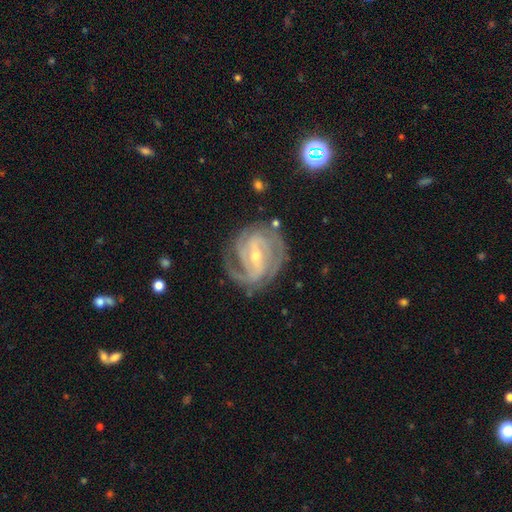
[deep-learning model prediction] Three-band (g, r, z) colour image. It shows a featured or disk galaxy (91%) with a strong bar (45%), 3 (36%) tight (59%) spiral arms (98%) and a small central bulge (57%). Merging: none (74%).